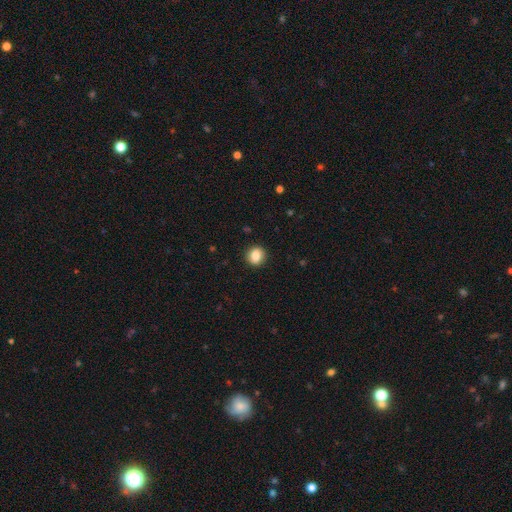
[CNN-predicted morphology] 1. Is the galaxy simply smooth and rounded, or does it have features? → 82% smooth, 9% featured or disk, 9% star or artifact.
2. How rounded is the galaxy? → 77% round, 22% in between, 1% cigar-shaped.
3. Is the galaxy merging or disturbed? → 88% none, 8% minor disturbance, 2% major disturbance, 1% merger.